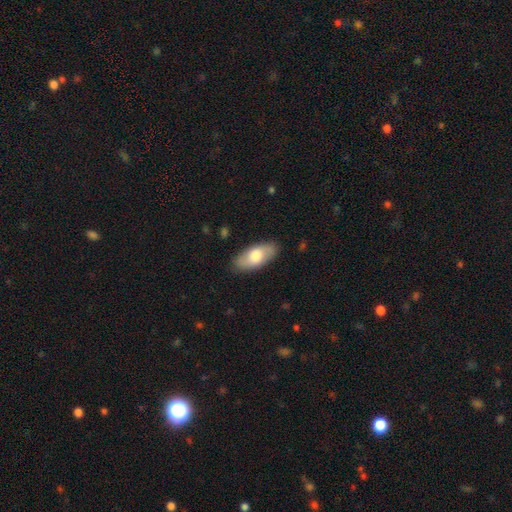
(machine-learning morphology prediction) smooth-or-featured: smooth: 67% | featured or disk: 27% | star or artifact: 5%
  how-rounded: in between: 89% | cigar-shaped: 8% | round: 3%
  merging: none: 86% | minor disturbance: 11% | major disturbance: 2% | merger: 1%